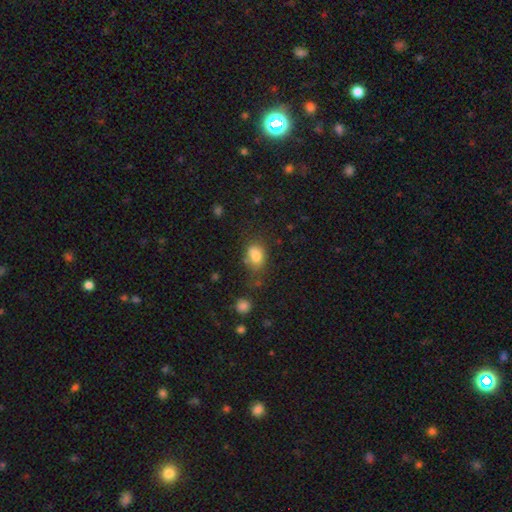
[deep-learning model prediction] Smooth or featured: smooth — 81% (star or artifact — 10%)
How rounded: in between — 74% (round — 25%)
Merging: none — 58% (minor disturbance — 23%)